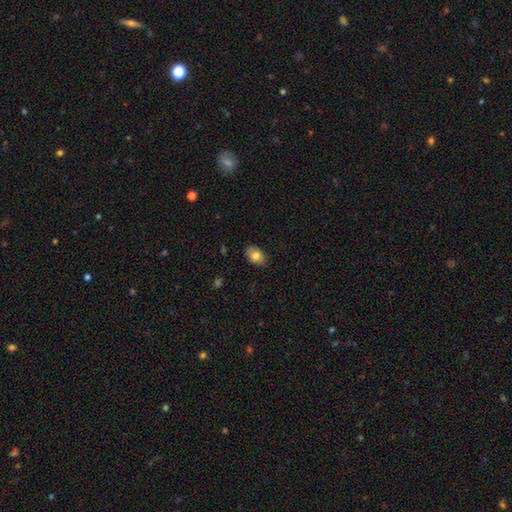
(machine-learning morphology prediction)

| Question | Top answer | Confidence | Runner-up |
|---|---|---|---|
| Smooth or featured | smooth | 79% | featured or disk (13%) |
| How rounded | in between | 85% | round (14%) |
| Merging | none | 84% | minor disturbance (13%) |